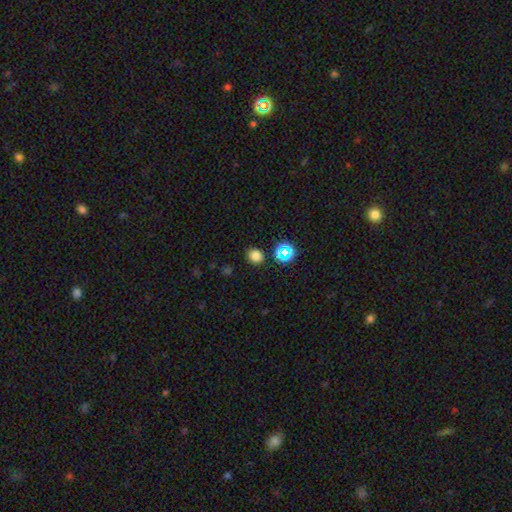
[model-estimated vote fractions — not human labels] Morphology: type=smooth (77%); roundness=round (73%); merging=none (87%).